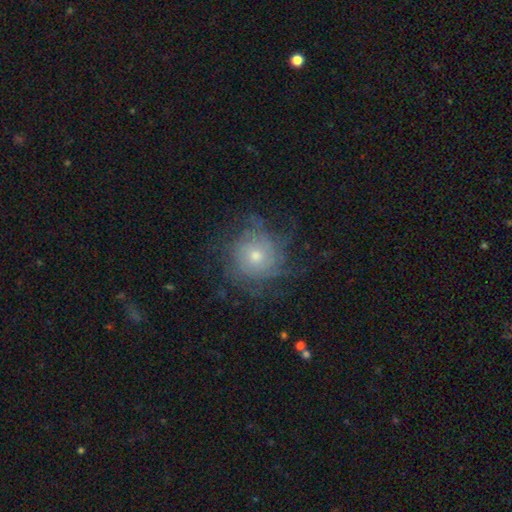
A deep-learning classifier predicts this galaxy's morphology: smooth-or-featured: featured or disk: 60% | smooth: 27% | star or artifact: 12%
  disk-edge-on: no: 97% | yes: 3%
    bar: no: 84% | weak: 13% | strong: 2%
    has-spiral-arms: yes: 79% | no: 21%
    bulge-size: moderate: 52% | small: 41% | large: 4% | none: 1% | dominant: 1%
  merging: none: 67% | minor disturbance: 17% | major disturbance: 15% | merger: 1%